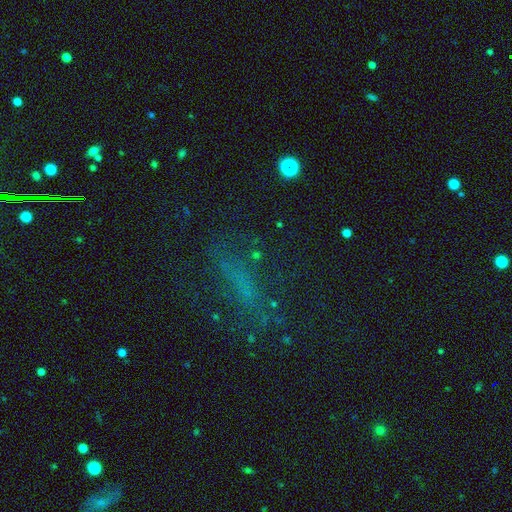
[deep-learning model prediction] star or artifact 42%, smooth 37%, featured or disk 21%.